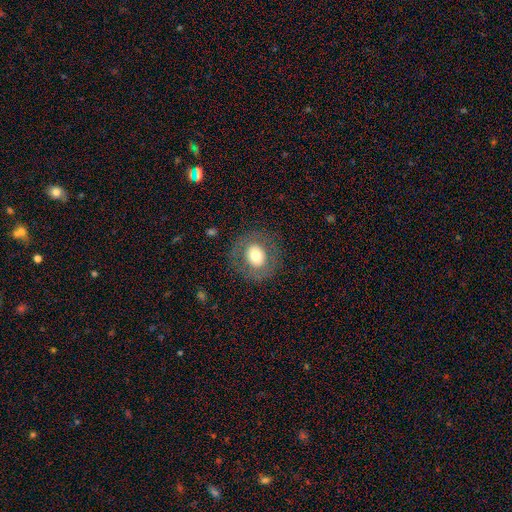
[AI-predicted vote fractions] smooth 61%, featured or disk 30%, star or artifact 9%. Down the decision tree: how rounded — round (81%); merging — none (82%).